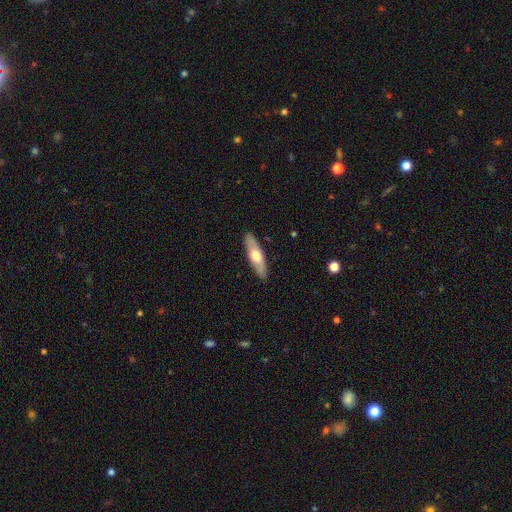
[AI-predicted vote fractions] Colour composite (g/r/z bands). It shows a smooth galaxy with no disk features (55%) that is cigar-shaped (55%). Merging: none (89%).